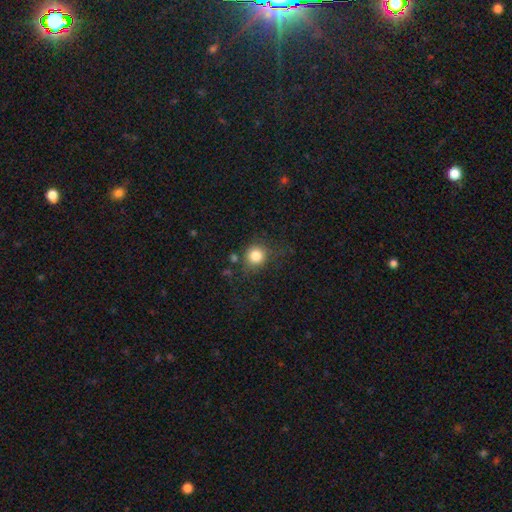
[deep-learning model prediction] A smooth galaxy with no disk features (82%) that is round (87%). Merging: none (72%).